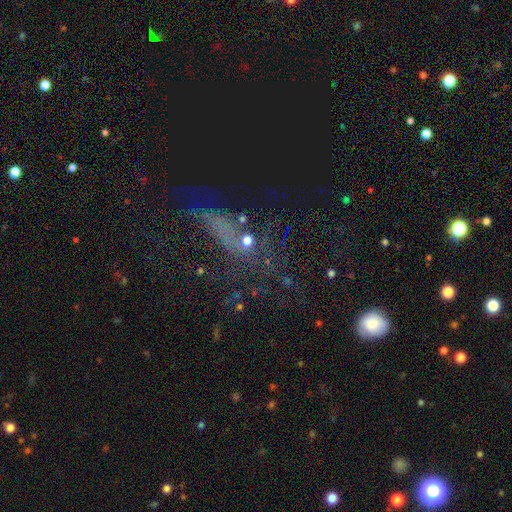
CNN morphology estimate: The model was most divided on "smooth or featured": star or artifact: 45%, smooth: 31%, featured or disk: 23%.